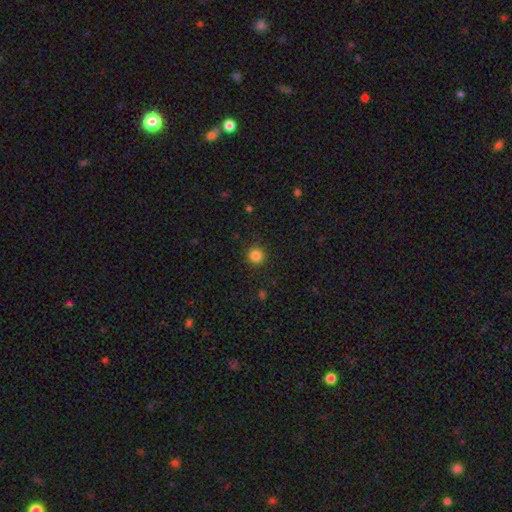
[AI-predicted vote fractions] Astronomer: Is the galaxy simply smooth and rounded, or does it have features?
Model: smooth — 84%.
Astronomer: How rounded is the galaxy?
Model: round — 95%.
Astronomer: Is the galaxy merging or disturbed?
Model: none — 91%.